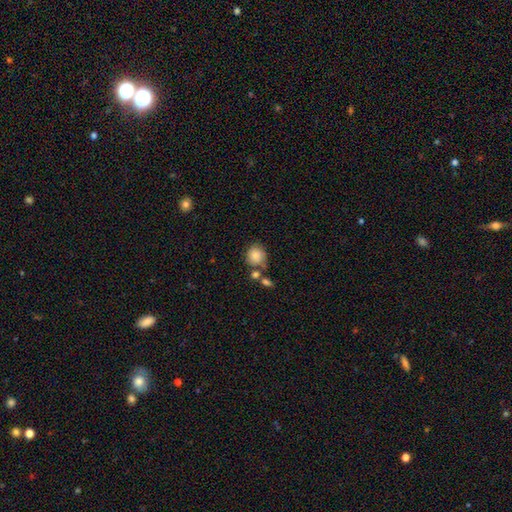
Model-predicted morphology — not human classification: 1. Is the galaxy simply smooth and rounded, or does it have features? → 83% smooth, 9% star or artifact, 8% featured or disk.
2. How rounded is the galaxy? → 85% round, 14% in between, 1% cigar-shaped.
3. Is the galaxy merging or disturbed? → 62% none, 18% merger, 15% minor disturbance, 5% major disturbance.